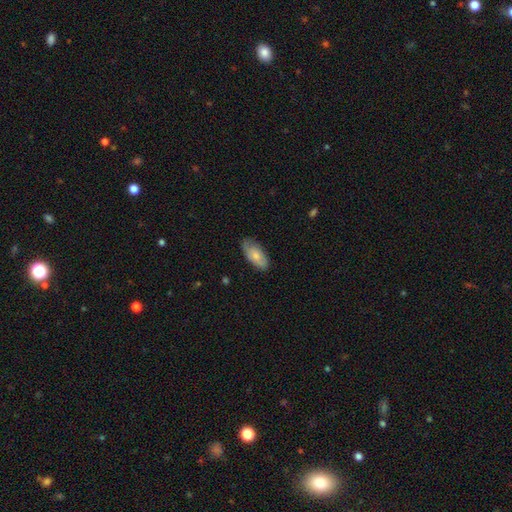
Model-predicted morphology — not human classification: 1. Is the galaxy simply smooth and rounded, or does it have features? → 67% smooth, 27% featured or disk, 6% star or artifact.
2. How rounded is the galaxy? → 90% in between, 8% cigar-shaped, 3% round.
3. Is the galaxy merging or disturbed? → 73% none, 22% minor disturbance, 4% major disturbance, 1% merger.